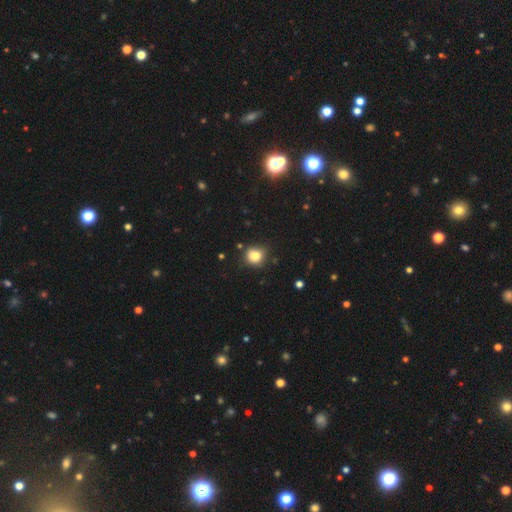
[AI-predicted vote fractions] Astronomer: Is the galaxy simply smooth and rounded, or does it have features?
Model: smooth — 81%.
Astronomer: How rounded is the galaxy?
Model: round — 75%.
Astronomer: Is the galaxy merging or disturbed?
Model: none — 73%.